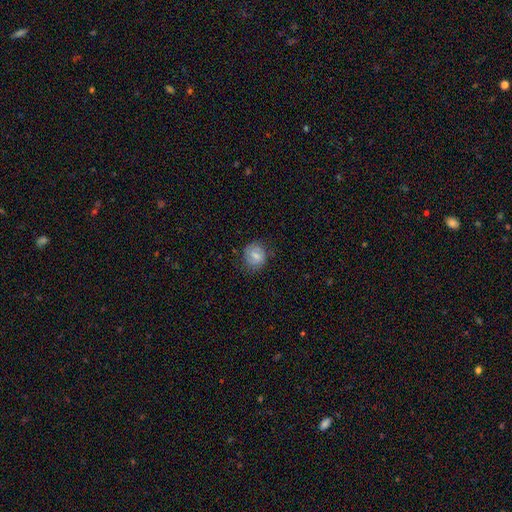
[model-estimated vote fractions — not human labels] A smooth galaxy with no disk features (58%) that is round (75%).

Vote fractions:
- Smooth or featured? smooth: 58% / featured or disk: 34% / star or artifact: 8%
- How rounded? round: 75% / in between: 24% / cigar-shaped: 1%
- Merging? none: 75% / minor disturbance: 18% / major disturbance: 6% / merger: 1%